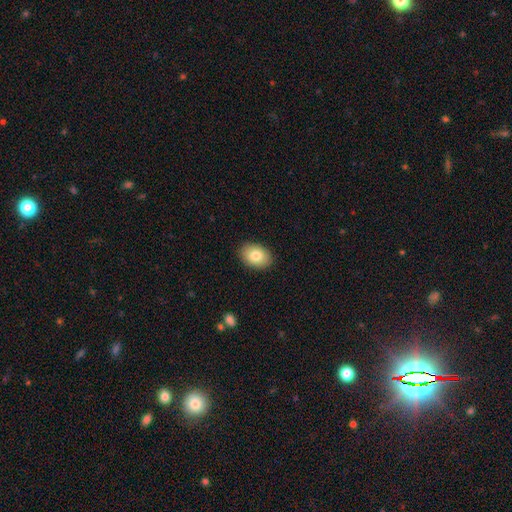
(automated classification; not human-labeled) A smooth galaxy with no disk features (82%) that is in between round and cigar-shaped (82%).

Vote fractions:
- Smooth or featured? smooth: 82% / featured or disk: 10% / star or artifact: 8%
- How rounded? in between: 82% / round: 17% / cigar-shaped: 1%
- Merging? none: 89% / minor disturbance: 8% / major disturbance: 2% / merger: 1%